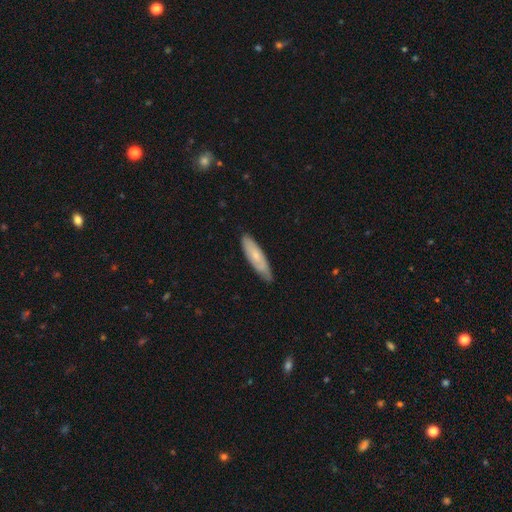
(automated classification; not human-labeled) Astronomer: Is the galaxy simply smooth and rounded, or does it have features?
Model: smooth — 60%.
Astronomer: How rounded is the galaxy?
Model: cigar-shaped — 65%.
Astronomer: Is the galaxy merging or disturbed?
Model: none — 78%.